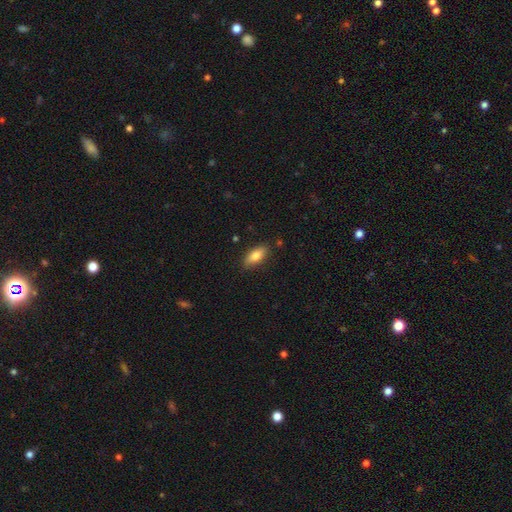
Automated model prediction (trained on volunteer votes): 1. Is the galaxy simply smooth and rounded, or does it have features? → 77% smooth, 16% featured or disk, 7% star or artifact.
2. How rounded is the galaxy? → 81% in between, 16% cigar-shaped, 3% round.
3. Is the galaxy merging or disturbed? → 84% none, 12% minor disturbance, 2% major disturbance, 2% merger.